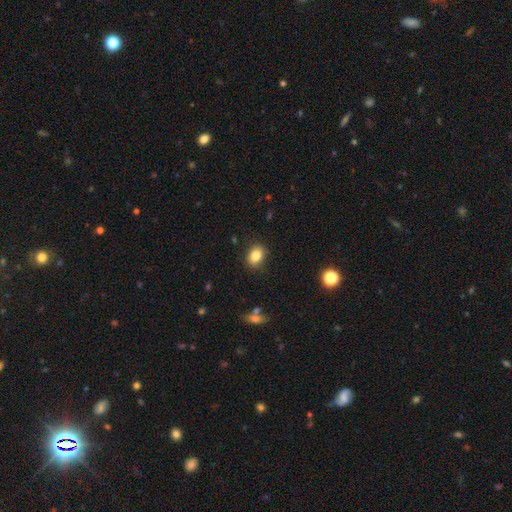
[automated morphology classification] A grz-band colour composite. It shows a smooth galaxy with no disk features (84%) that is in between round and cigar-shaped (69%). Merging: none (87%).